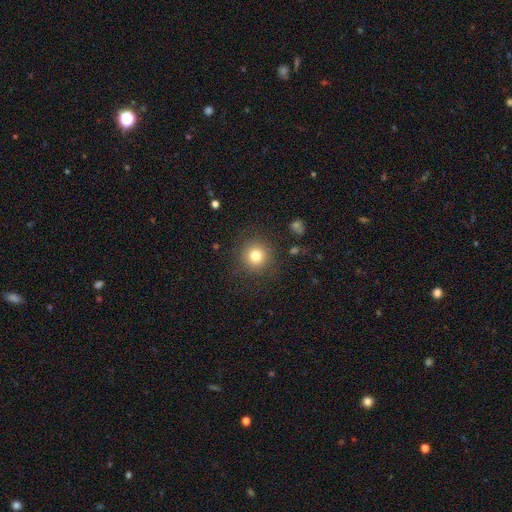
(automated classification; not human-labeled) This is likely a smooth galaxy (80%). How rounded: clearly round (93%). Merging: clearly none (86%).